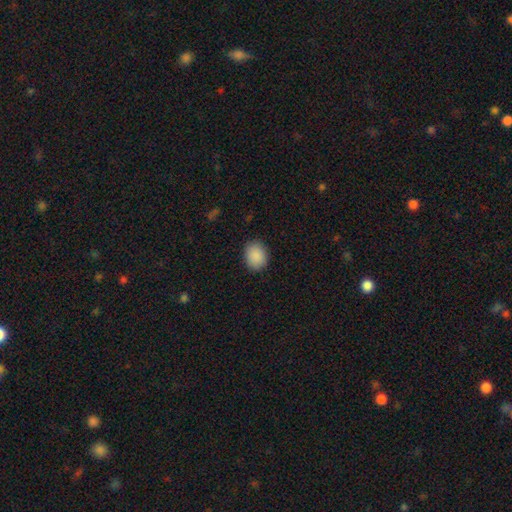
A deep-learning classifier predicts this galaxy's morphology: The model was most divided on "how rounded": round: 50%, in between: 49%, cigar-shaped: 1%. More confident: smooth or featured — smooth (90%); merging — none (88%).